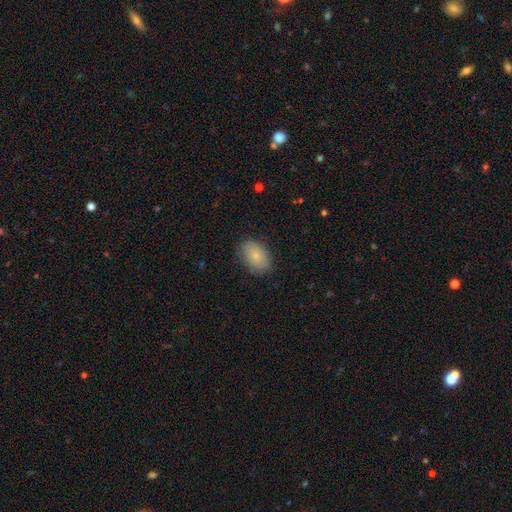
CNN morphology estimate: Overall: smooth (80%). How rounded: in between (85%). Merging: none (81%).